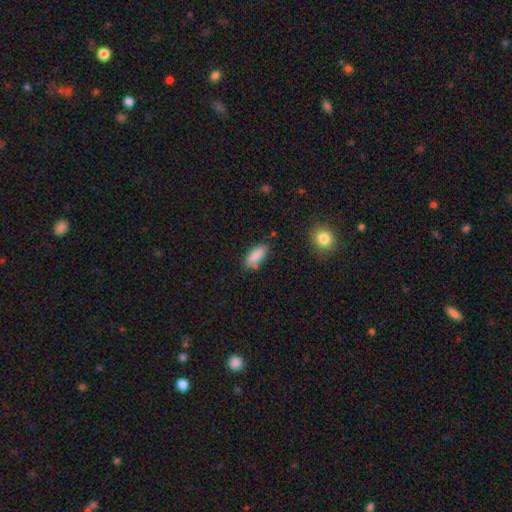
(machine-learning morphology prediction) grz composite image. It shows a smooth galaxy with no disk features (86%) that is in between round and cigar-shaped (73%). Merging: none (73%).